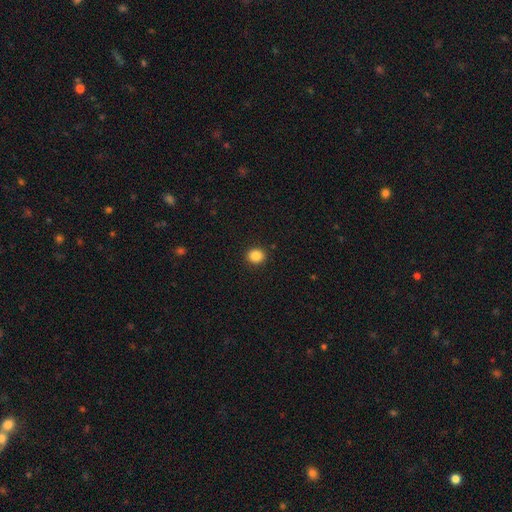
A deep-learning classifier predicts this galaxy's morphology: This is clearly a smooth galaxy (86%). How rounded: likely round (74%). Merging: clearly none (92%).